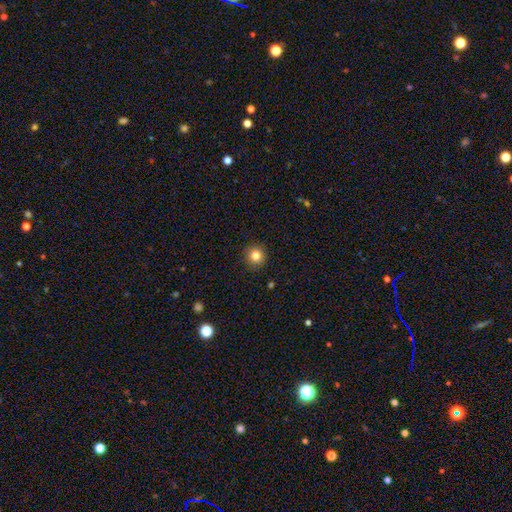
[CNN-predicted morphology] The model was most divided on "smooth or featured": smooth: 83%, star or artifact: 12%, featured or disk: 6%. More confident: how rounded — round (94%); merging — none (92%).